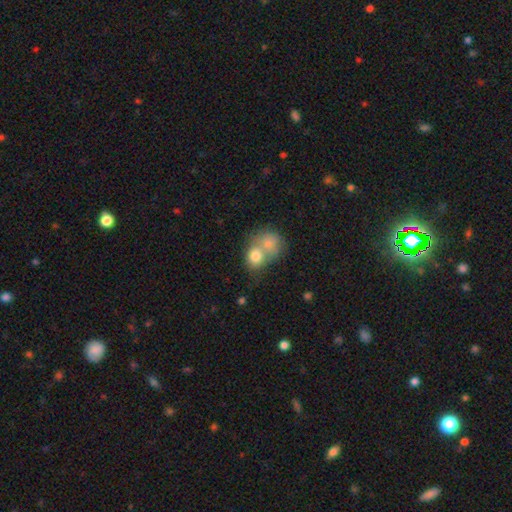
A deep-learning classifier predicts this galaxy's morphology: A smooth galaxy with no disk features (77%) that is round (60%).

Vote fractions:
- Smooth or featured? smooth: 77% / featured or disk: 15% / star or artifact: 9%
- How rounded? round: 60% / in between: 39% / cigar-shaped: 1%
- Merging? merger: 67% / none: 22% / minor disturbance: 7% / major disturbance: 4%